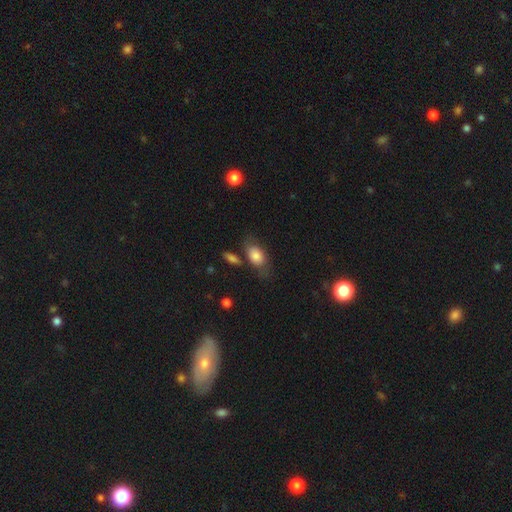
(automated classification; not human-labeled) Smooth or featured? smooth (76%)
How rounded? in between (86%)
Merging? none (59%)